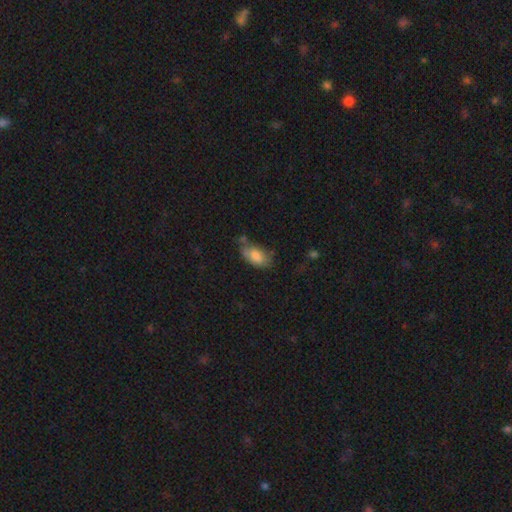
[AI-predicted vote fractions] The model was most divided on "merging": none: 48%, minor disturbance: 32%, major disturbance: 11%, merger: 10%. More confident: how rounded — in between (92%); smooth or featured — smooth (76%).